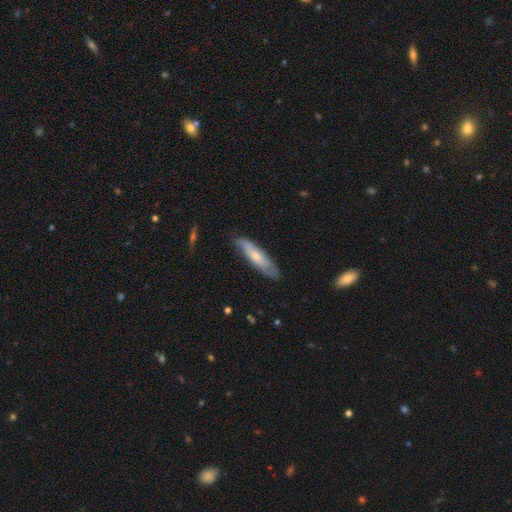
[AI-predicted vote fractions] Morphology: type=smooth (49%); merging=none (74%).